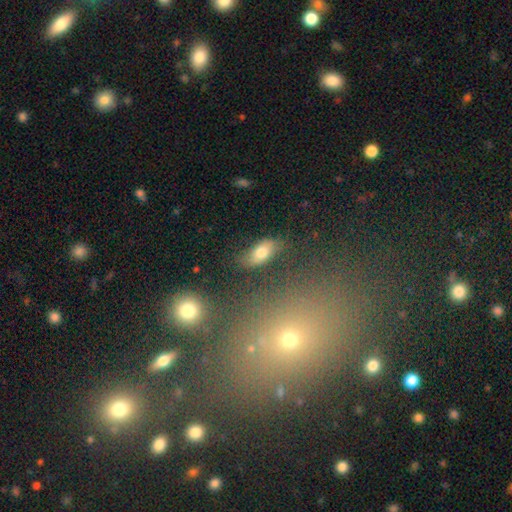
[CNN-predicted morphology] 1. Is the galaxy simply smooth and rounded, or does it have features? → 63% smooth, 24% featured or disk, 13% star or artifact.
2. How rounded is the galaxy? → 85% in between, 8% cigar-shaped, 7% round.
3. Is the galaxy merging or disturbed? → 79% none, 13% minor disturbance, 5% major disturbance, 4% merger.